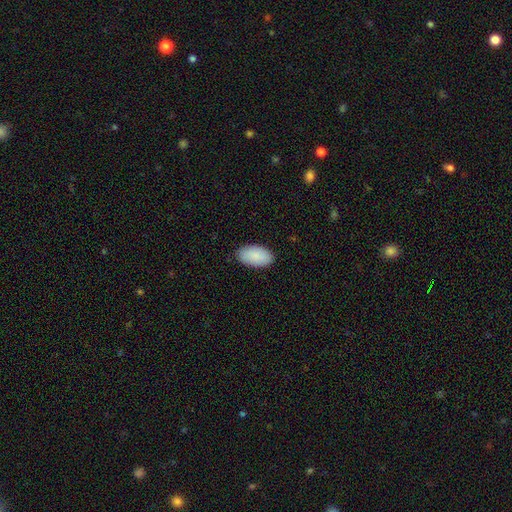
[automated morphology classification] A smooth galaxy with no disk features (90%) that is in between round and cigar-shaped (96%). Merging: none (87%).